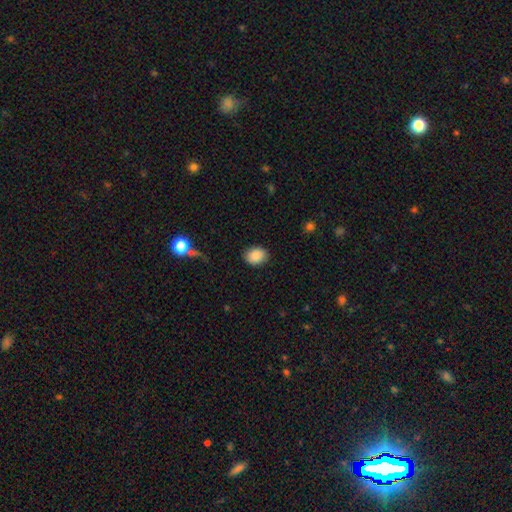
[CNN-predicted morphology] smooth 89%, star or artifact 8%, featured or disk 3%. Down the decision tree: how rounded — in between (62%); merging — none (86%).